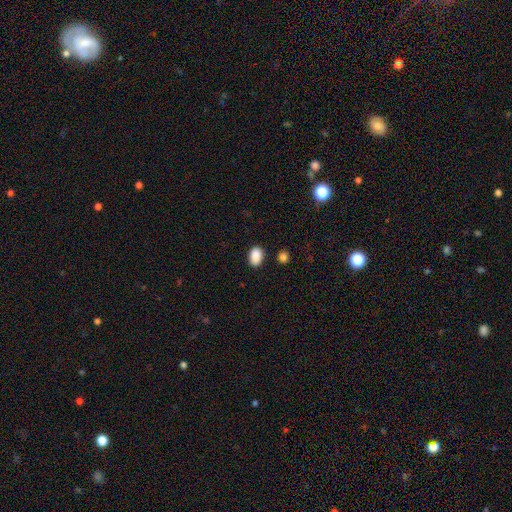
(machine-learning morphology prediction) A smooth galaxy with no disk features (89%) that is in between round and cigar-shaped (86%).

Vote fractions:
- Smooth or featured? smooth: 89% / star or artifact: 8% / featured or disk: 3%
- How rounded? in between: 86% / round: 13% / cigar-shaped: 1%
- Merging? none: 85% / minor disturbance: 10% / merger: 3% / major disturbance: 3%